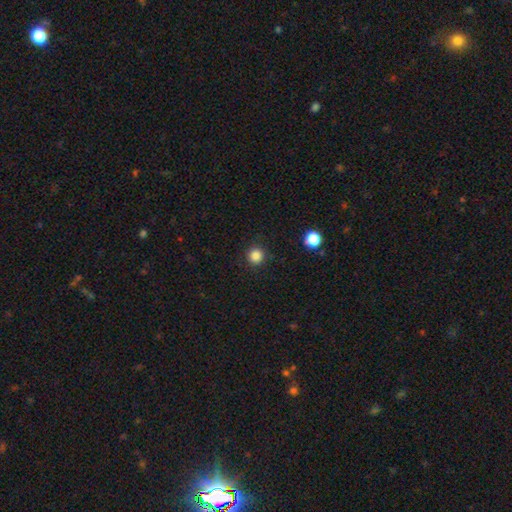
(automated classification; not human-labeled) Smooth or featured?
  - smooth: 85% *
  - star or artifact: 12%
  - featured or disk: 3%
How rounded?
  - round: 93% *
  - in between: 6%
  - cigar-shaped: 1%
Merging?
  - none: 90% *
  - minor disturbance: 6%
  - major disturbance: 2%
  - merger: 1%